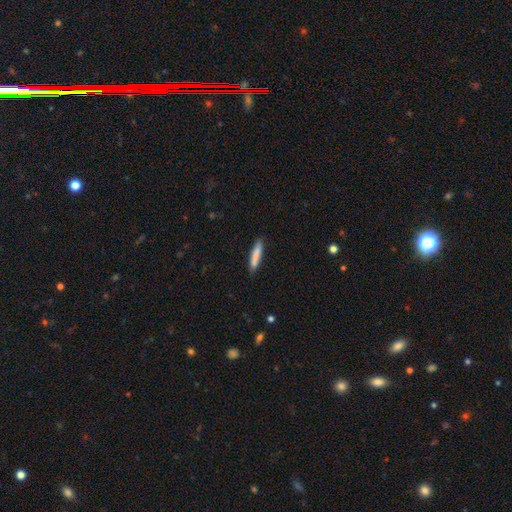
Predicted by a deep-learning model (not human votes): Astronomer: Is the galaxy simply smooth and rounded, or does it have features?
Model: smooth — 83%.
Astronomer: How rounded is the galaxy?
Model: cigar-shaped — 89%.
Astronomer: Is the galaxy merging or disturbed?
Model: none — 85%.